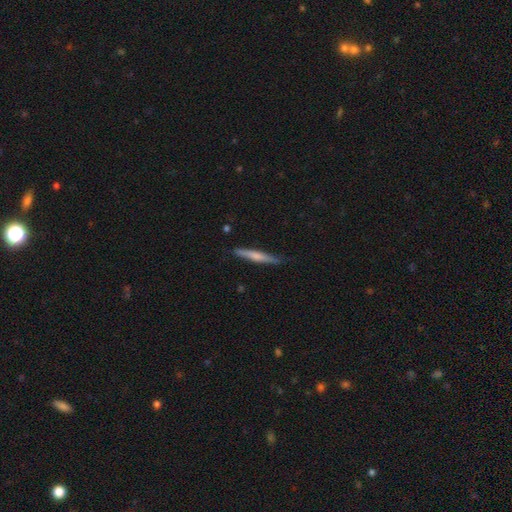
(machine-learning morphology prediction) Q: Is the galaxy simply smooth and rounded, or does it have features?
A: smooth — 50%.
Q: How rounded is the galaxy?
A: cigar-shaped — 95%.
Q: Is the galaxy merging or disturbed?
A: none — 85%.